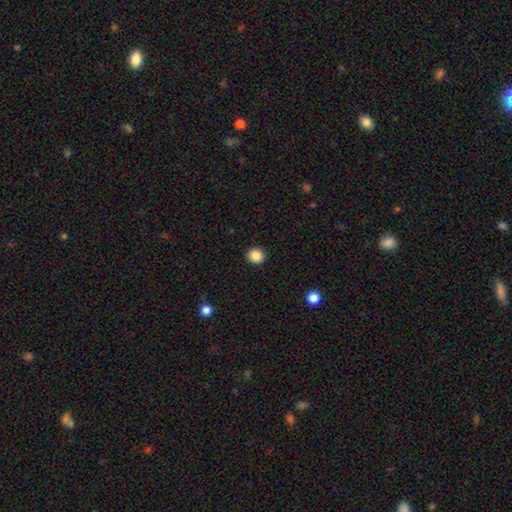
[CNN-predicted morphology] A smooth galaxy with no disk features (87%) that is round (88%). Merging: none (93%).